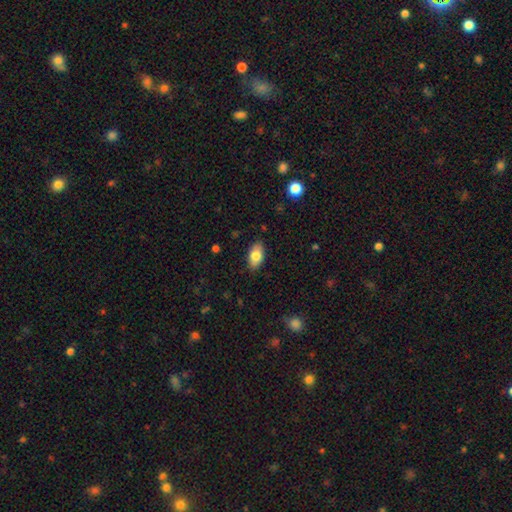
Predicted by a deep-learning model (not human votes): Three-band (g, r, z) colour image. It shows a smooth galaxy with no disk features (80%) that is in between round and cigar-shaped (92%). Merging: none (86%).